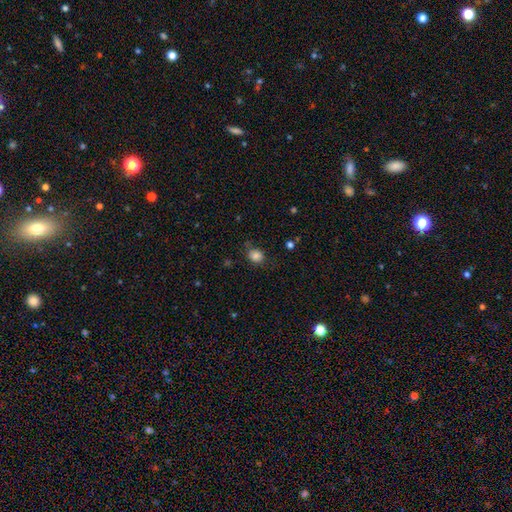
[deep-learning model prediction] Q: Smooth or featured?
A: smooth (83%); runner-up: star or artifact (11%)
Q: How rounded?
A: round (66%); runner-up: in between (33%)
Q: Merging?
A: none (75%); runner-up: minor disturbance (17%)